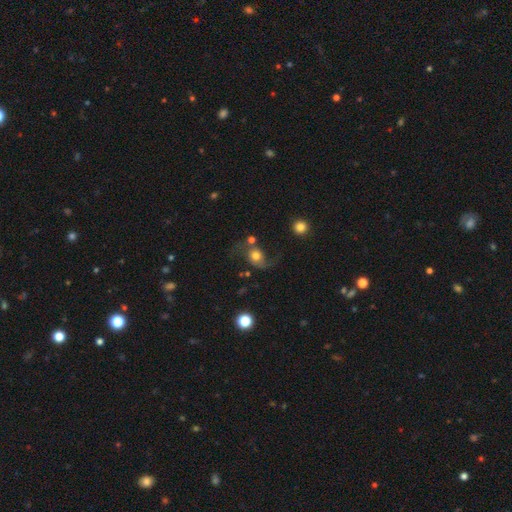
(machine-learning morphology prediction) This appears to be a featured or disk galaxy (48%). Merging: none (45%).